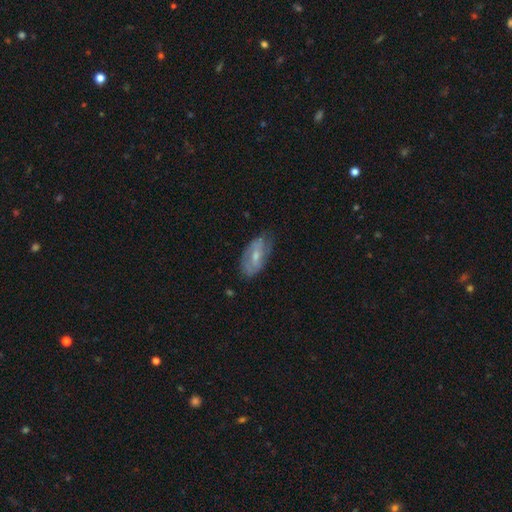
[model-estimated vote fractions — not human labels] Smooth or featured? Predicted: featured or disk (p=0.52). Edge-on disk? Predicted: no (p=0.90). Merging? Predicted: none (p=0.61).